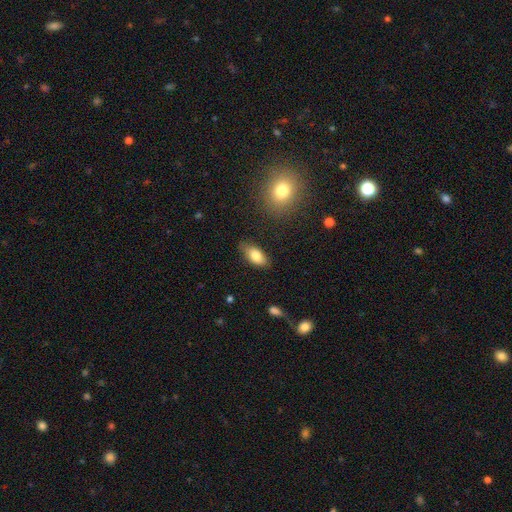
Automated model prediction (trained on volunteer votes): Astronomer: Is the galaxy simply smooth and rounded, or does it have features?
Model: smooth — 81%.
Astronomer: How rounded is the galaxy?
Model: in between — 90%.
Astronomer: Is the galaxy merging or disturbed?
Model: none — 77%.